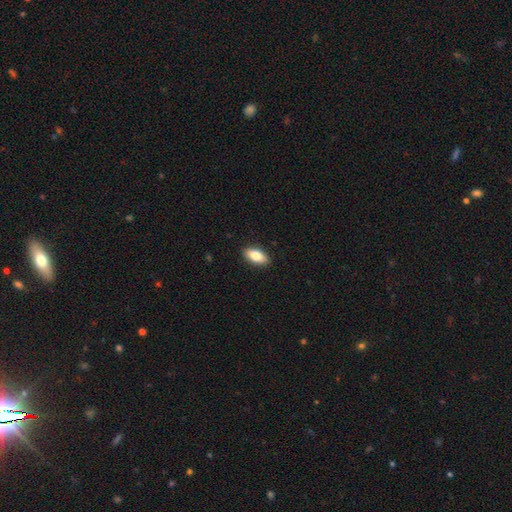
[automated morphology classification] Smooth or featured: smooth — 79% (featured or disk — 14%)
How rounded: in between — 88% (cigar-shaped — 8%)
Merging: none — 89% (minor disturbance — 8%)